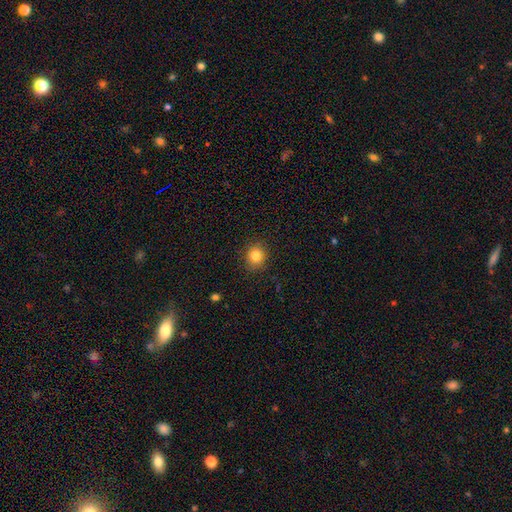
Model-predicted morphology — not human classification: Smooth or featured? smooth (83%)
How rounded? round (82%)
Merging? none (89%)